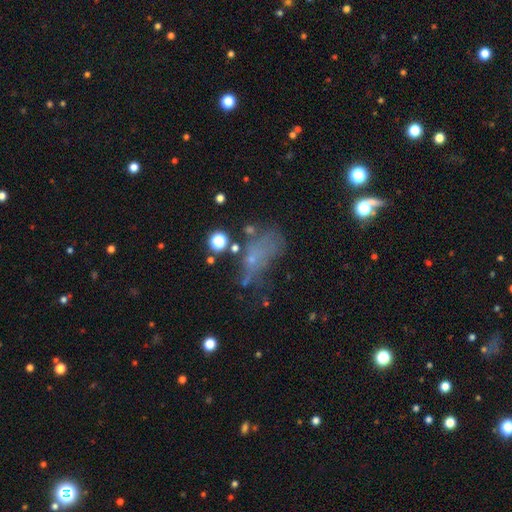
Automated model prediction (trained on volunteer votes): A smooth galaxy with no disk features (40%).

Vote fractions:
- Smooth or featured? smooth: 40% / featured or disk: 30% / star or artifact: 29%
- Merging? major disturbance: 36% / none: 31% / minor disturbance: 23% / merger: 10%